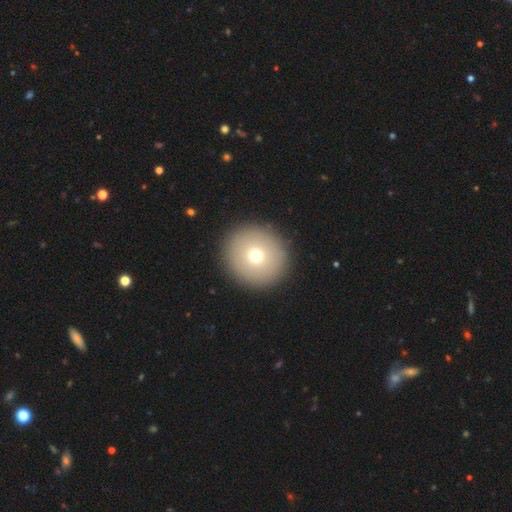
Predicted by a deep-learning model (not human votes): smooth_or_featured: smooth (p=0.72) [alt: featured or disk p=0.17]
how_rounded: round (p=0.93) [alt: in between p=0.06]
merging: none (p=0.92) [alt: minor disturbance p=0.05]